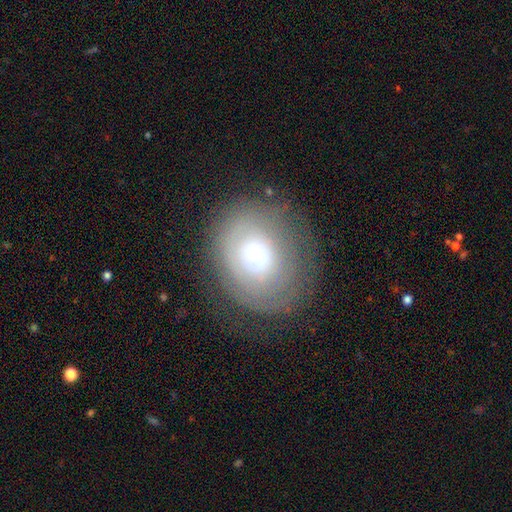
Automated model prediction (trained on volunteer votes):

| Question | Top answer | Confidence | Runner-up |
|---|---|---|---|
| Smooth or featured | smooth | 54% | featured or disk (30%) |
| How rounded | round | 62% | in between (37%) |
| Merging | none | 67% | minor disturbance (17%) |